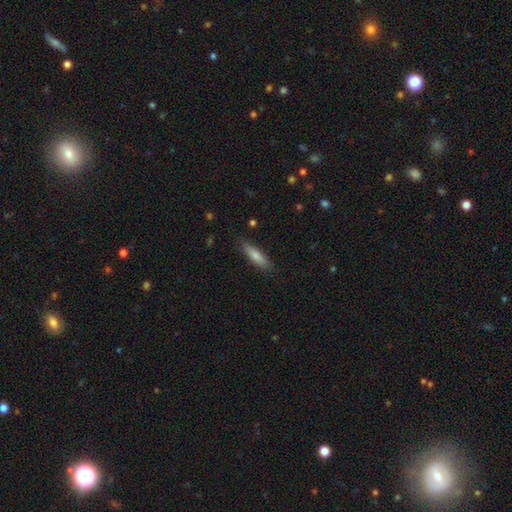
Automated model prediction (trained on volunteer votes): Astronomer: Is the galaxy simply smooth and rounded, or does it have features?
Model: smooth — 78%.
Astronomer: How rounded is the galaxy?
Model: cigar-shaped — 68%.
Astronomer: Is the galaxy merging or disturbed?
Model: none — 85%.